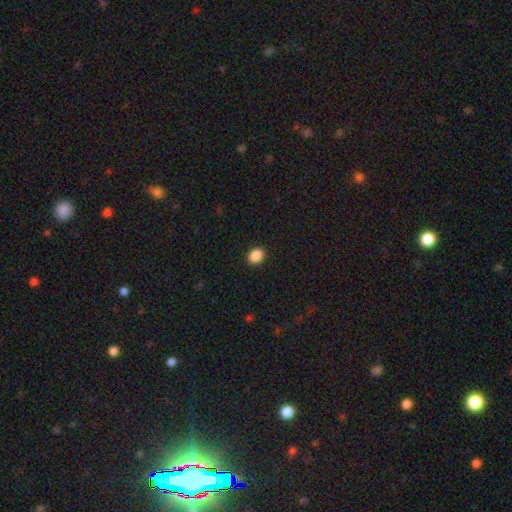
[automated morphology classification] A smooth galaxy with no disk features (88%) that is round (58%).

Vote fractions:
- Smooth or featured? smooth: 88% / star or artifact: 9% / featured or disk: 2%
- How rounded? round: 58% / in between: 42% / cigar-shaped: 1%
- Merging? none: 91% / minor disturbance: 6% / major disturbance: 2% / merger: 1%